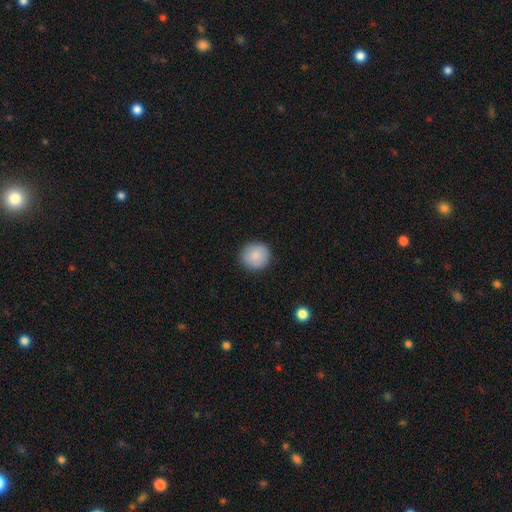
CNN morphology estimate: smooth 86%, star or artifact 7%, featured or disk 6%. Down the decision tree: how rounded — round (92%); merging — none (90%).